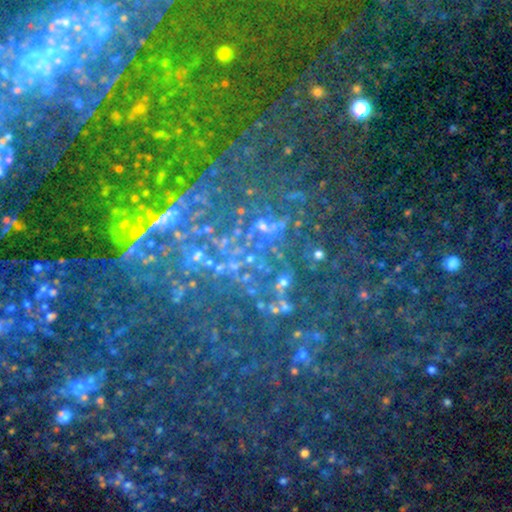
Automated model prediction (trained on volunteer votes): Smooth or featured?
  - star or artifact: 74% *
  - featured or disk: 13%
  - smooth: 13%